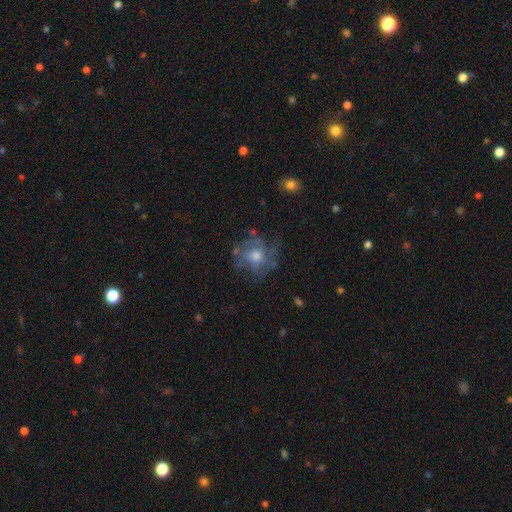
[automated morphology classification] Q: Smooth or featured?
A: featured or disk (58%); runner-up: smooth (30%)
Q: Edge-on disk?
A: no (97%); runner-up: yes (3%)
Q: Bar?
A: no (82%); runner-up: weak (16%)
Q: Spiral arms?
A: yes (56%); runner-up: no (44%)
Q: Bulge size?
A: moderate (64%); runner-up: small (20%)
Q: Merging?
A: none (63%); runner-up: minor disturbance (19%)